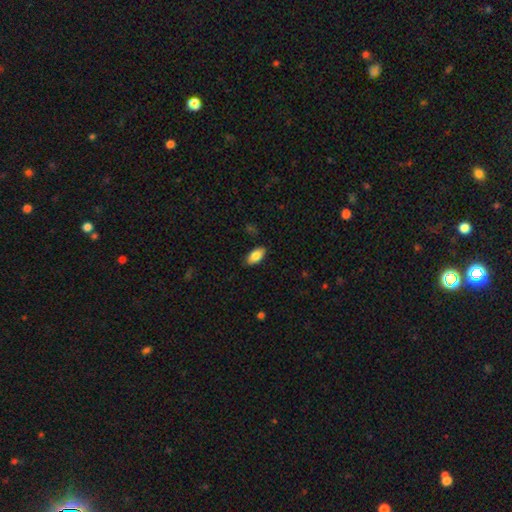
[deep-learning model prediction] Q: Smooth or featured?
A: smooth (83%); runner-up: featured or disk (10%)
Q: How rounded?
A: in between (93%); runner-up: cigar-shaped (5%)
Q: Merging?
A: none (87%); runner-up: minor disturbance (10%)